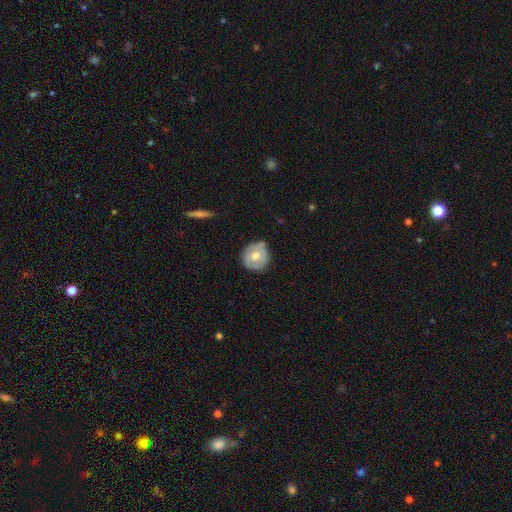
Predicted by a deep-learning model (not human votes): Overall: smooth (48%; featured or disk 45%). Merging: none (69%).